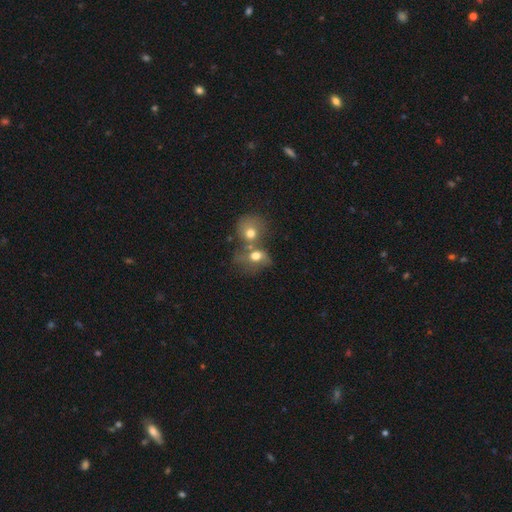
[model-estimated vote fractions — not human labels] Overall: smooth (64%). How rounded: round (51%; in between 47%). Merging: merger (63%).